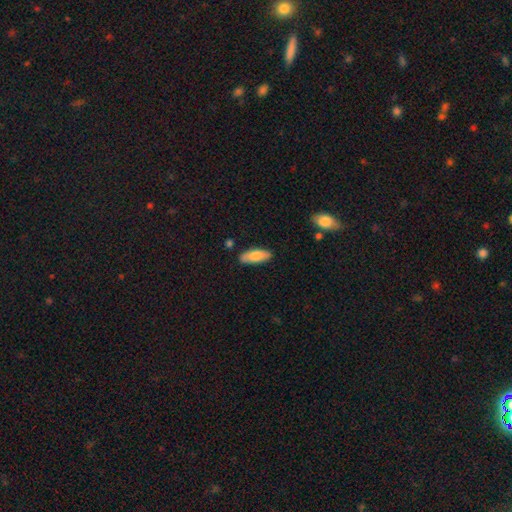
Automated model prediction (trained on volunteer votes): smooth_or_featured: smooth (p=0.79) [alt: featured or disk p=0.16]
how_rounded: in between (p=0.73) [alt: cigar-shaped p=0.25]
merging: none (p=0.83) [alt: minor disturbance p=0.13]